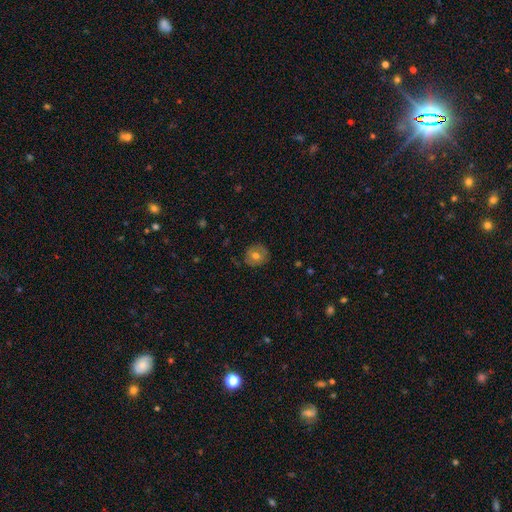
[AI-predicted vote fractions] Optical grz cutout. It shows a smooth galaxy with no disk features (64%) that is round (82%). Merging: none (80%).